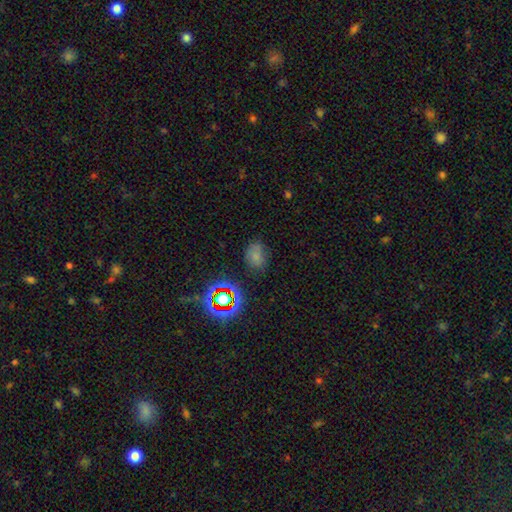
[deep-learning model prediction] The model was most divided on "how rounded": in between: 62%, round: 37%, cigar-shaped: 1%. More confident: merging — none (70%); smooth or featured — smooth (65%).